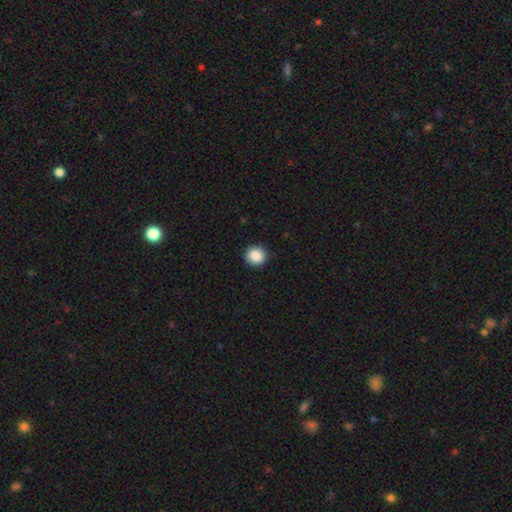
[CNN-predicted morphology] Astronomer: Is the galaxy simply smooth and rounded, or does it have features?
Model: smooth — 88%.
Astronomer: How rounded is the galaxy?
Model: round — 90%.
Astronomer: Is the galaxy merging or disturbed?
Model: none — 92%.